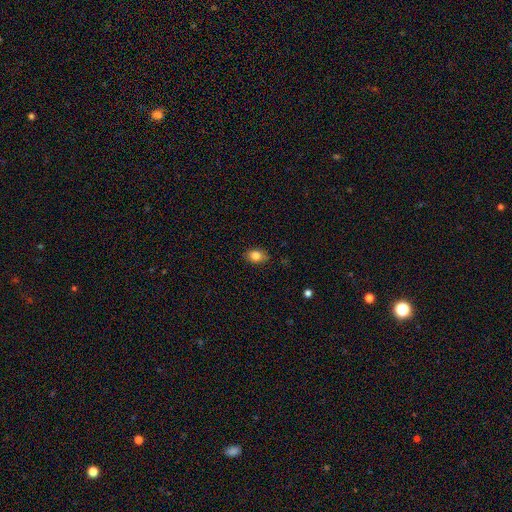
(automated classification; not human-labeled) Smooth or featured: smooth — 83% (star or artifact — 9%)
How rounded: in between — 71% (round — 28%)
Merging: none — 81% (minor disturbance — 16%)